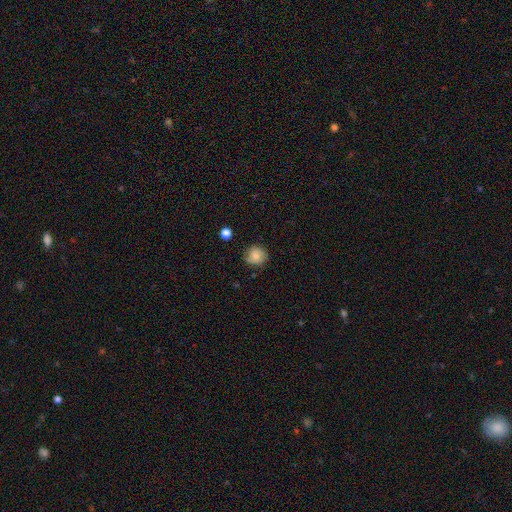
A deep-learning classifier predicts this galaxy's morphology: A smooth galaxy with no disk features (72%) that is round (84%).

Vote fractions:
- Smooth or featured? smooth: 72% / featured or disk: 18% / star or artifact: 10%
- How rounded? round: 84% / in between: 15% / cigar-shaped: 1%
- Merging? none: 74% / minor disturbance: 19% / major disturbance: 4% / merger: 2%